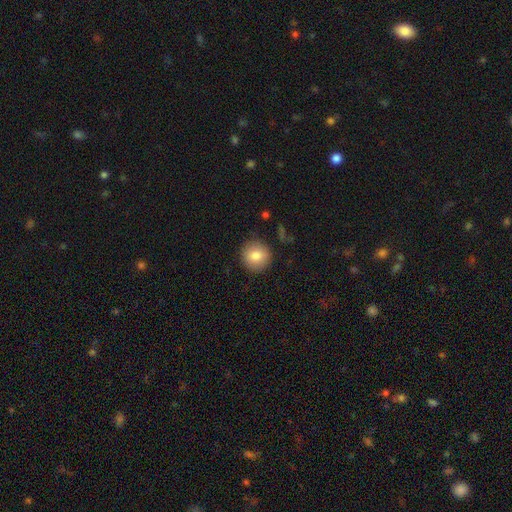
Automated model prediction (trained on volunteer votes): Smooth or featured? Predicted: smooth (p=0.83). How rounded? Predicted: round (p=0.92). Merging? Predicted: none (p=0.88).